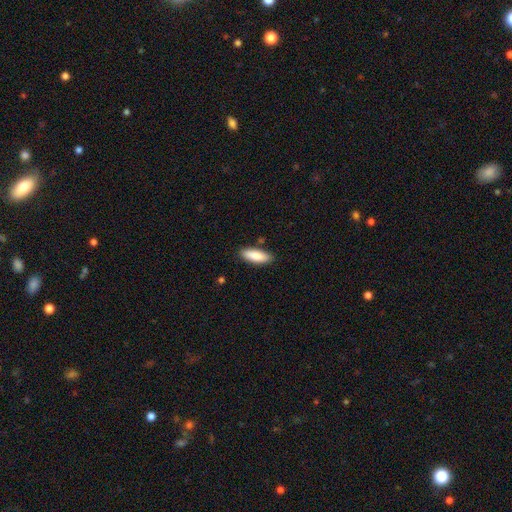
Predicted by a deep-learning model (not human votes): Smooth or featured: smooth — 87% (featured or disk — 7%)
How rounded: in between — 65% (cigar-shaped — 33%)
Merging: none — 86% (minor disturbance — 10%)